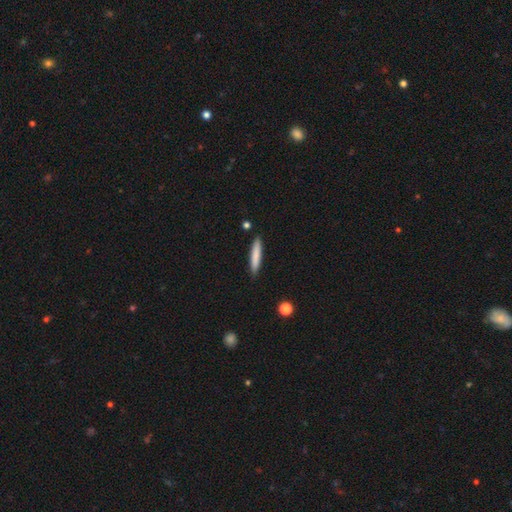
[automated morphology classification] A smooth galaxy with no disk features (79%) that is cigar-shaped (91%). Merging: none (88%).